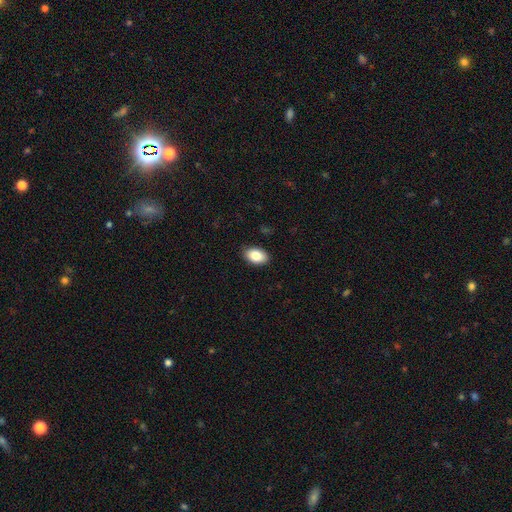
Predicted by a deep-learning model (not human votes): The model was most divided on "merging": none: 87%, minor disturbance: 10%, major disturbance: 2%, merger: 1%. More confident: how rounded — in between (90%); smooth or featured — smooth (86%).